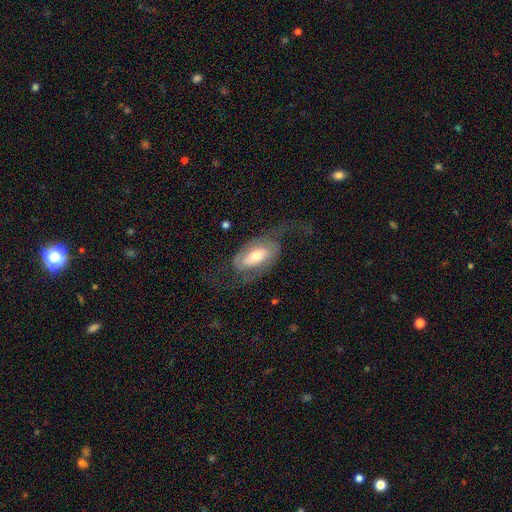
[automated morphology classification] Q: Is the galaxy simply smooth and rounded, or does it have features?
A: featured or disk — 76%.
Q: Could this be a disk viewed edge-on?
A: no — 93%.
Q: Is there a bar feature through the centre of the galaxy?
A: no — 42%.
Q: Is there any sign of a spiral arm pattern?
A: yes — 91%.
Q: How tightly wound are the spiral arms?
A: loose — 45%.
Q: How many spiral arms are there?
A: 2 — 87%.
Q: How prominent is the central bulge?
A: moderate — 56%.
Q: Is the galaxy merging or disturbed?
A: none — 57%.